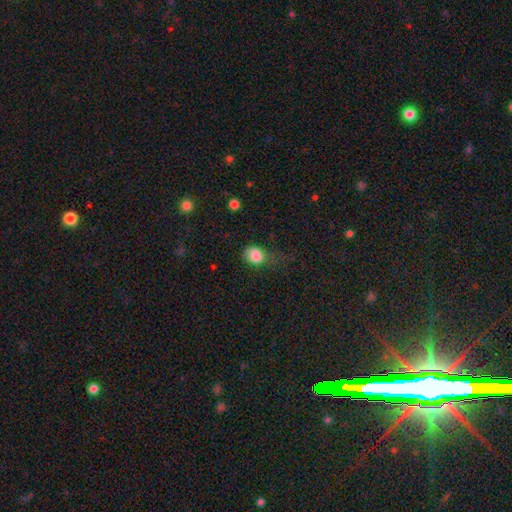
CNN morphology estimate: Smooth or featured?
  - smooth: 84% *
  - star or artifact: 10%
  - featured or disk: 6%
How rounded?
  - round: 57% *
  - in between: 41%
  - cigar-shaped: 1%
Merging?
  - none: 41% *
  - minor disturbance: 32%
  - major disturbance: 25%
  - merger: 3%